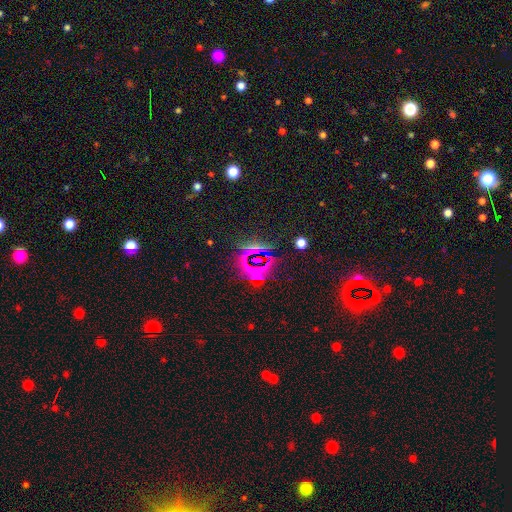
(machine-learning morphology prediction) smooth_or_featured: star or artifact (p=0.78) [alt: smooth p=0.13]